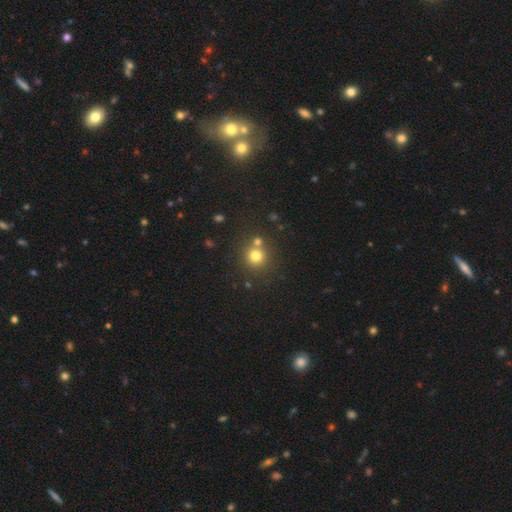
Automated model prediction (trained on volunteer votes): Morphology: type=smooth (76%); roundness=round (92%); merging=none (70%).